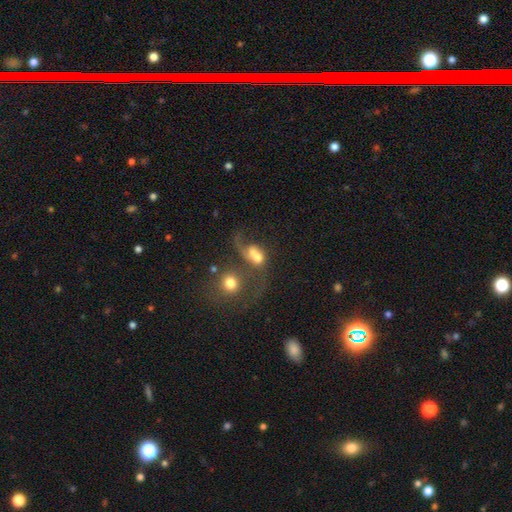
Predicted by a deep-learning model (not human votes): Smooth or featured?
  - smooth: 50% *
  - featured or disk: 38%
  - star or artifact: 12%
How rounded?
  - round: 51% *
  - in between: 46%
  - cigar-shaped: 3%
Merging?
  - merger: 61% *
  - major disturbance: 18%
  - none: 14%
  - minor disturbance: 7%